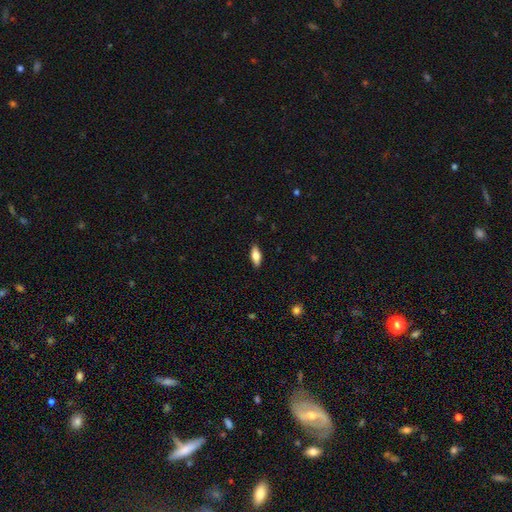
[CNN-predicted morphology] Smooth or featured? Predicted: smooth (p=0.73). How rounded? Predicted: in between (p=0.78). Merging? Predicted: none (p=0.88).